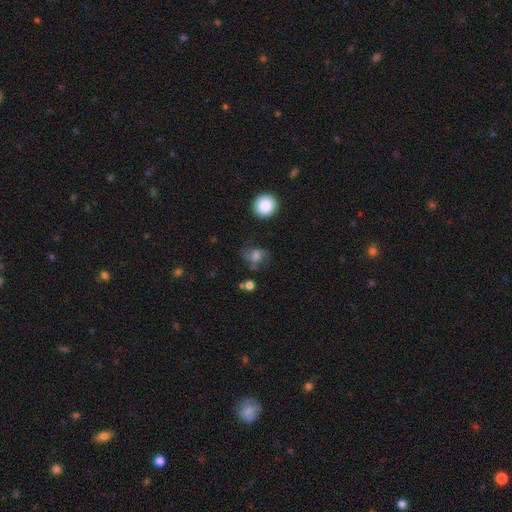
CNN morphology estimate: smooth-or-featured: smooth: 57% | featured or disk: 28% | star or artifact: 15%
  how-rounded: round: 52% | in between: 47% | cigar-shaped: 2%
  merging: none: 52% | minor disturbance: 22% | major disturbance: 20% | merger: 6%